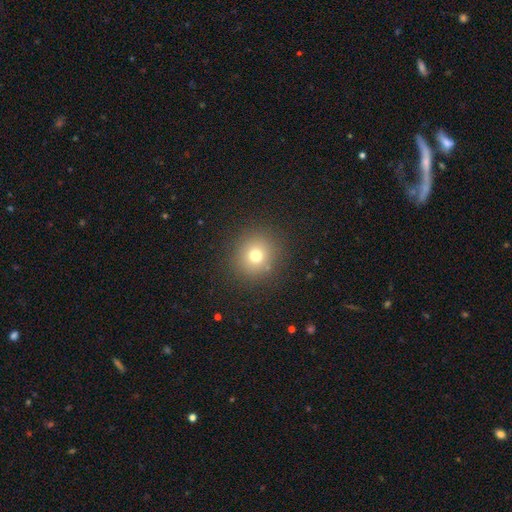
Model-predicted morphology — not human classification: A smooth galaxy with no disk features (72%) that is round (89%).

Vote fractions:
- Smooth or featured? smooth: 72% / star or artifact: 17% / featured or disk: 11%
- How rounded? round: 89% / in between: 10% / cigar-shaped: 1%
- Merging? none: 88% / minor disturbance: 7% / major disturbance: 3% / merger: 1%